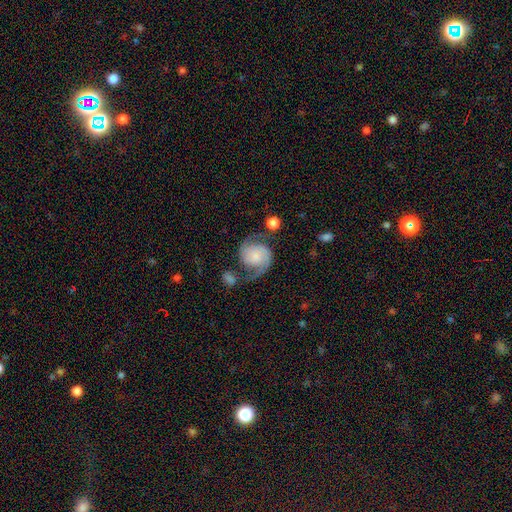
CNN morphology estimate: Overall: featured or disk (81%). Edge-on disk: no (98%). Bar: no (69%). Spiral arms: yes (97%). Spiral arm count: 2 (89%). Spiral winding: medium (49%; loose 26%). Bulge size: small (46%; moderate 27%). Merging: none (58%; minor disturbance 19%).